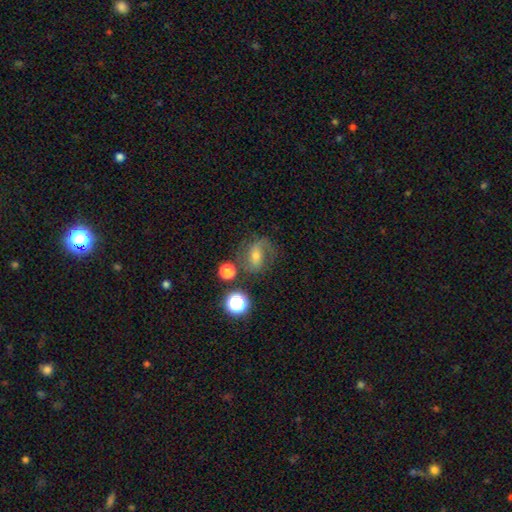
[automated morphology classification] type=featured or disk (57%); edge-on=no (95%); bar=weak (38%); spiral arms=yes (85%); bulge=moderate (49%); merging=none (63%).